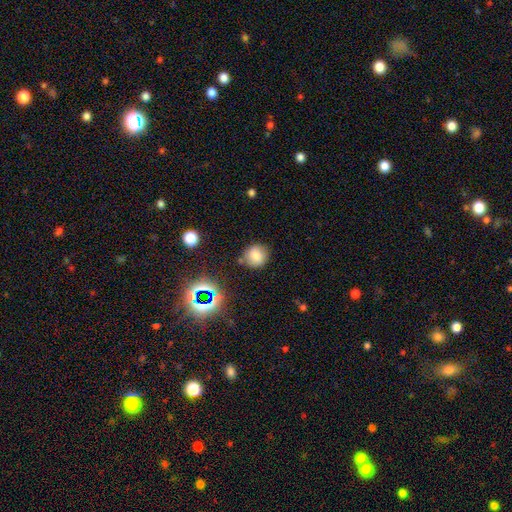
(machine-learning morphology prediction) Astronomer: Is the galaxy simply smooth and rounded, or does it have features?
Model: smooth — 76%.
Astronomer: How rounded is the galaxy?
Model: round — 87%.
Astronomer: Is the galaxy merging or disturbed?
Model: none — 80%.